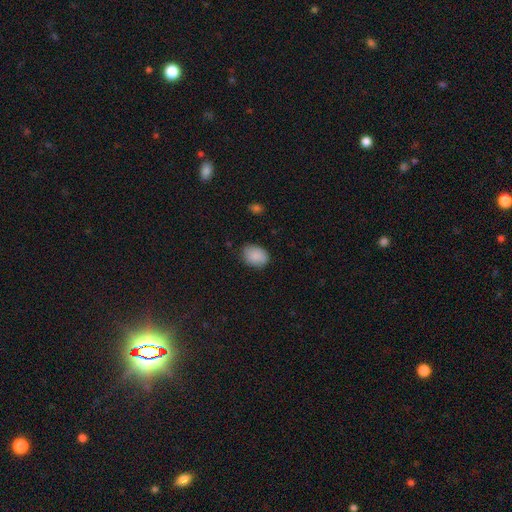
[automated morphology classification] A smooth galaxy with no disk features (88%) that is in between round and cigar-shaped (70%).

Vote fractions:
- Smooth or featured? smooth: 88% / star or artifact: 7% / featured or disk: 4%
- How rounded? in between: 70% / round: 29% / cigar-shaped: 1%
- Merging? none: 79% / minor disturbance: 16% / major disturbance: 3% / merger: 1%